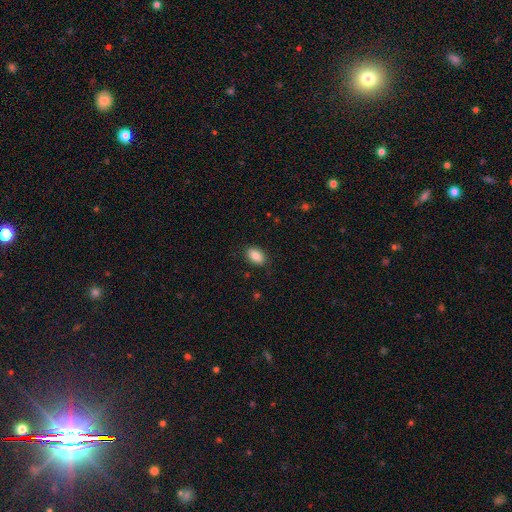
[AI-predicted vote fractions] Smooth or featured?
  - smooth: 86% *
  - star or artifact: 8%
  - featured or disk: 6%
How rounded?
  - in between: 89% *
  - round: 10%
  - cigar-shaped: 1%
Merging?
  - none: 86% *
  - minor disturbance: 11%
  - major disturbance: 3%
  - merger: 1%